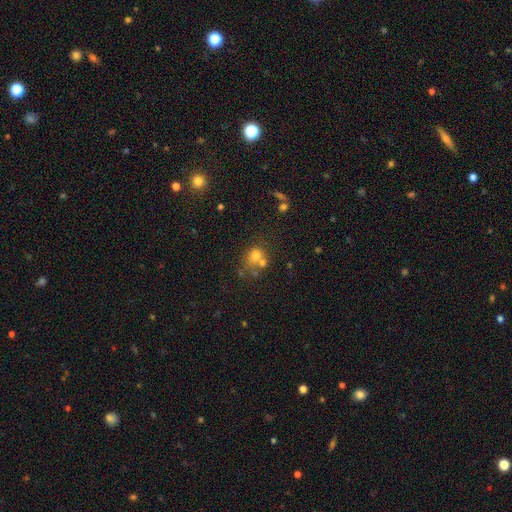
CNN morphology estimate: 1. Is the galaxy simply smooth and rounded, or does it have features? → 66% smooth, 17% star or artifact, 16% featured or disk.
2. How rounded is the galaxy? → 65% round, 34% in between, 1% cigar-shaped.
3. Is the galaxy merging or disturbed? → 40% none, 39% merger, 13% minor disturbance, 8% major disturbance.